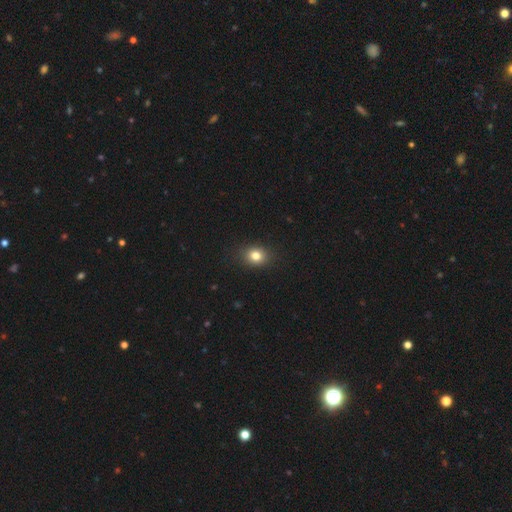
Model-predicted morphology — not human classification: Smooth or featured? smooth (81%)
How rounded? round (56%)
Merging? none (87%)